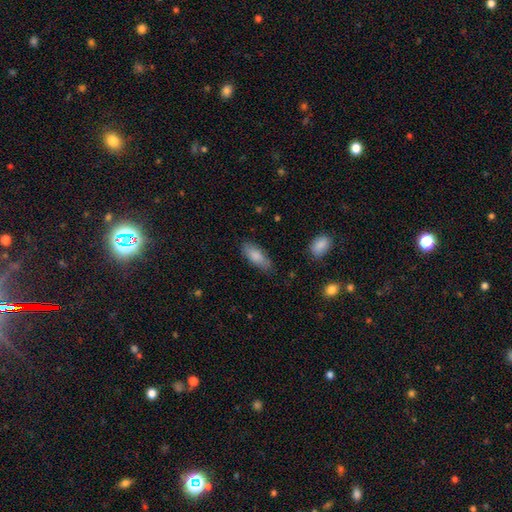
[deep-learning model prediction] smooth_or_featured: smooth (p=0.83) [alt: featured or disk p=0.11]
how_rounded: in between (p=0.76) [alt: cigar-shaped p=0.22]
merging: none (p=0.76) [alt: minor disturbance p=0.18]